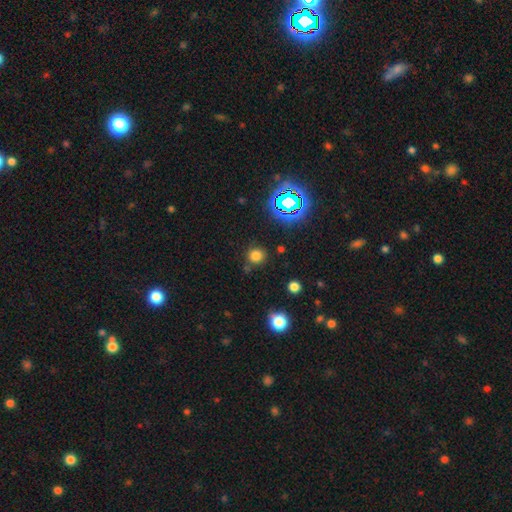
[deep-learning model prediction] Overall: smooth (71%). How rounded: round (91%). Merging: none (81%).